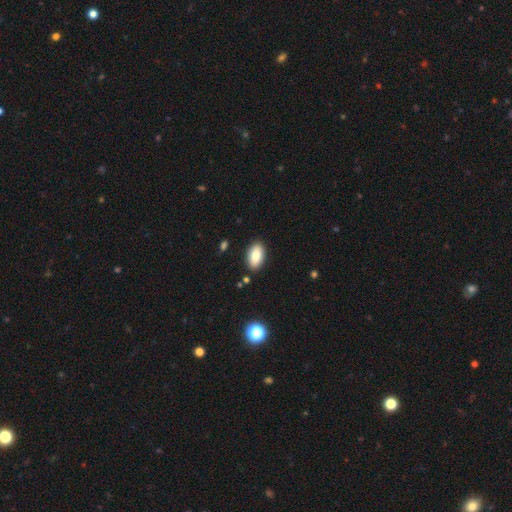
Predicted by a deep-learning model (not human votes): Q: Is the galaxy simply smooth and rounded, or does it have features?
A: smooth — 84%.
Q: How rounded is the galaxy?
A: in between — 94%.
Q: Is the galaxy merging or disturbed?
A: none — 88%.